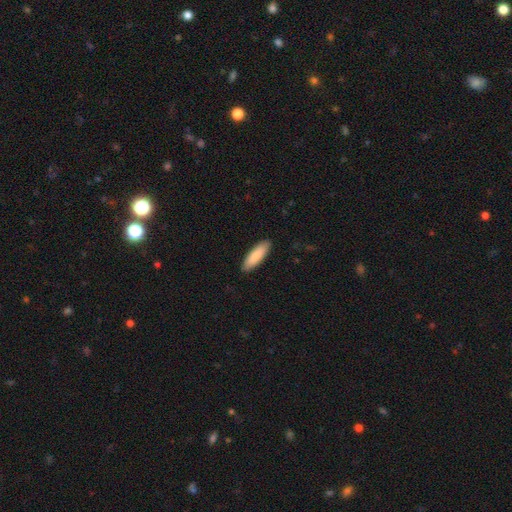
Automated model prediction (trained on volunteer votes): This is clearly a smooth galaxy (86%). How rounded: possibly in between (49%, tied with cigar-shaped). Merging: clearly none (90%).